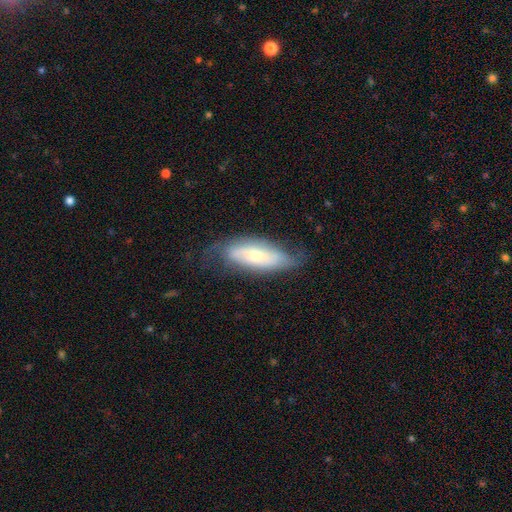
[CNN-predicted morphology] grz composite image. It shows a smooth galaxy with no disk features (47%). Merging: none (60%).